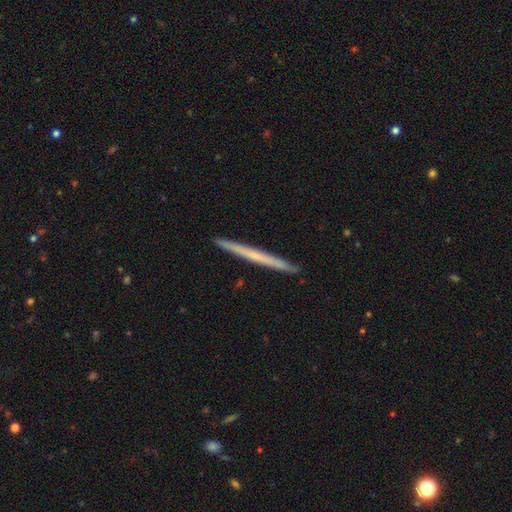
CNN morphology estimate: The model was most divided on "smooth or featured": featured or disk: 52%, smooth: 42%, star or artifact: 6%. More confident: edge-on disk — yes (98%); merging — none (93%); edge-on bulge — none (81%).